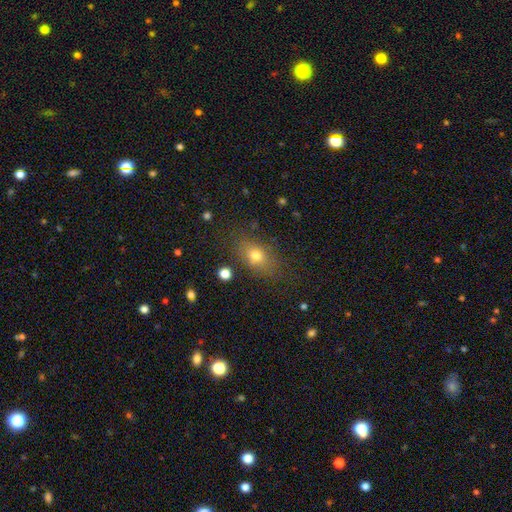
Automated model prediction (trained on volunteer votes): This appears to be a smooth galaxy with no disk features (74%) that is in between round and cigar-shaped (73%). Merging: none (77%).